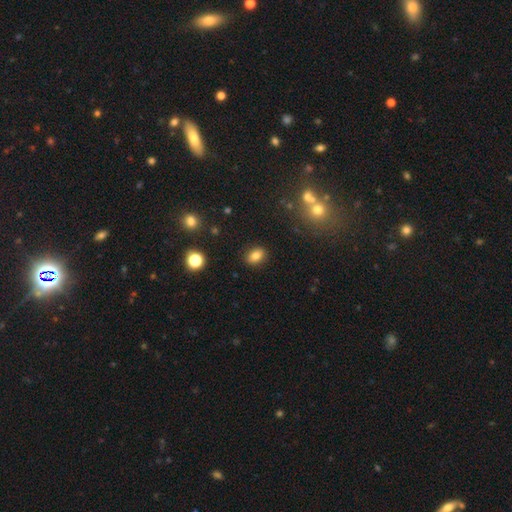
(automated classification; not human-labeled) This is clearly a smooth galaxy (81%). How rounded: likely in between (68%). Merging: clearly none (88%).